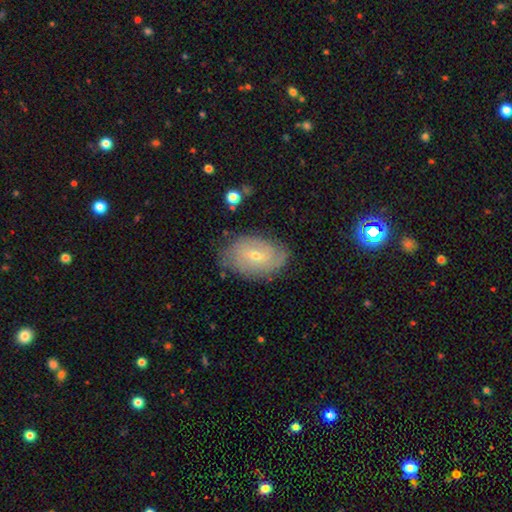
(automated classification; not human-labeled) This appears to be a featured or disk galaxy (62%) with a weak bar (48%), spiral arms (77%) and a small central bulge (65%). Merging: none (73%).